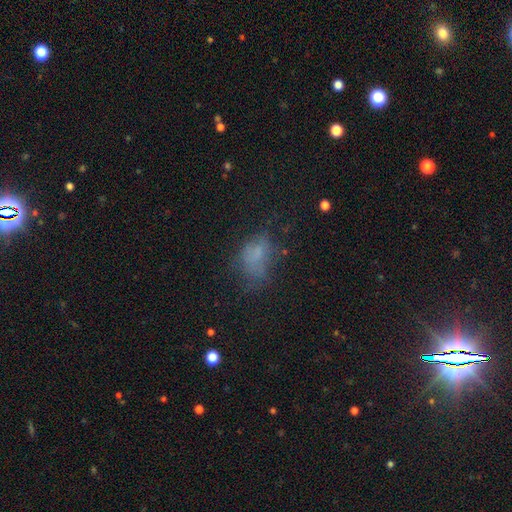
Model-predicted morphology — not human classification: type=smooth (58%); roundness=in between (79%); merging=none (41%).